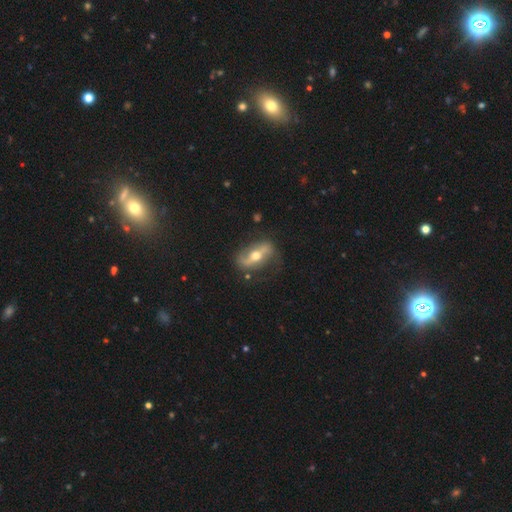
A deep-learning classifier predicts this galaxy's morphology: This is likely a featured or disk galaxy (76%). It is clearly not viewed edge-on (83%). Bar: possibly strong (56%). Spiral arm pattern: likely yes (76%). Central bulge: likely moderate (72%). Merging: likely none (75%).